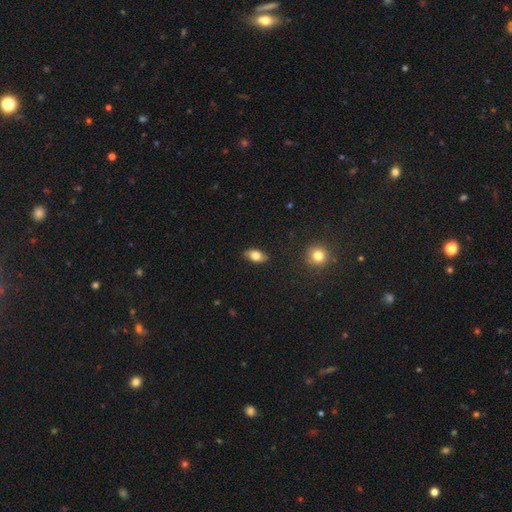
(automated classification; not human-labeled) Overall: smooth (77%). How rounded: in between (90%). Merging: none (87%).